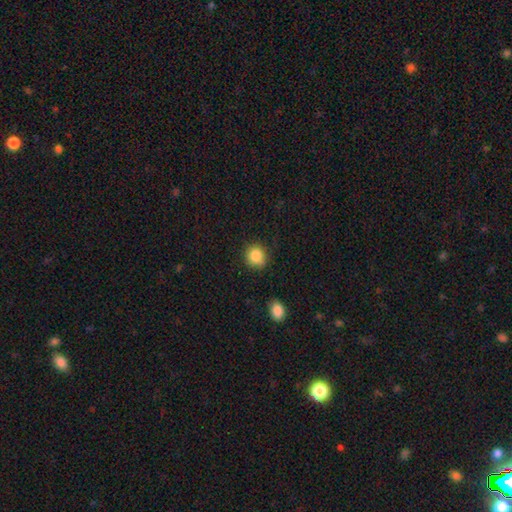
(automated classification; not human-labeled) smooth 86%, star or artifact 9%, featured or disk 5%. Down the decision tree: how rounded — round (86%); merging — none (82%).